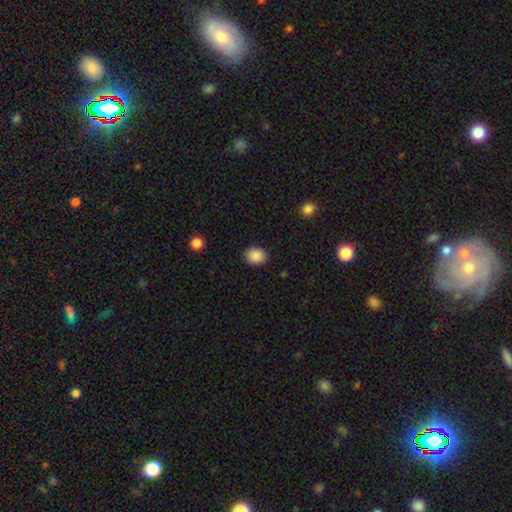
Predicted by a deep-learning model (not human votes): The model was most divided on "how rounded": round: 51%, in between: 49%, cigar-shaped: 1%. More confident: smooth or featured — smooth (88%); merging — none (88%).